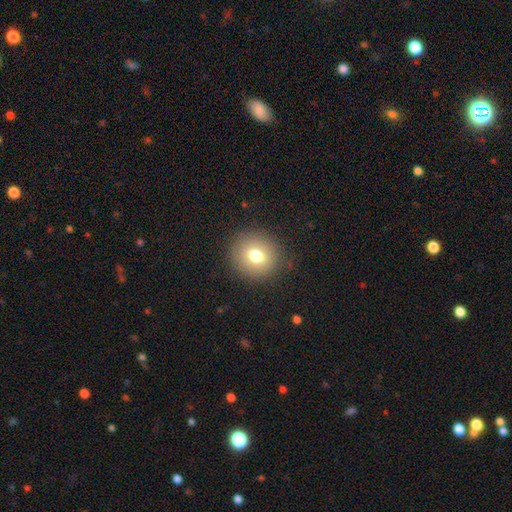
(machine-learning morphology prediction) smooth 75%, featured or disk 14%, star or artifact 12%. Down the decision tree: how rounded — round (88%); merging — none (88%).